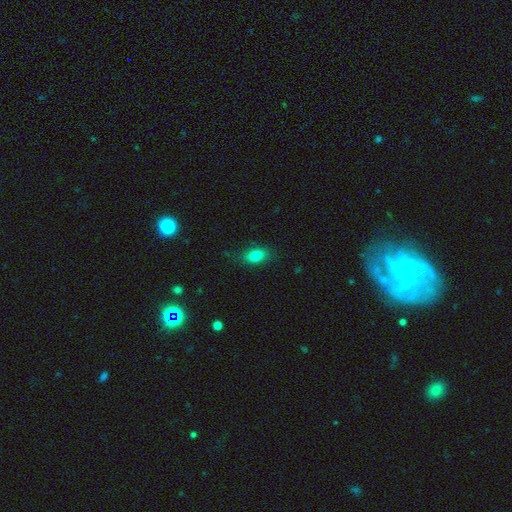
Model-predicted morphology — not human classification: smooth-or-featured: smooth: 80% | star or artifact: 10% | featured or disk: 10%
  how-rounded: in between: 83% | round: 14% | cigar-shaped: 3%
  merging: none: 80% | minor disturbance: 15% | major disturbance: 3% | merger: 1%